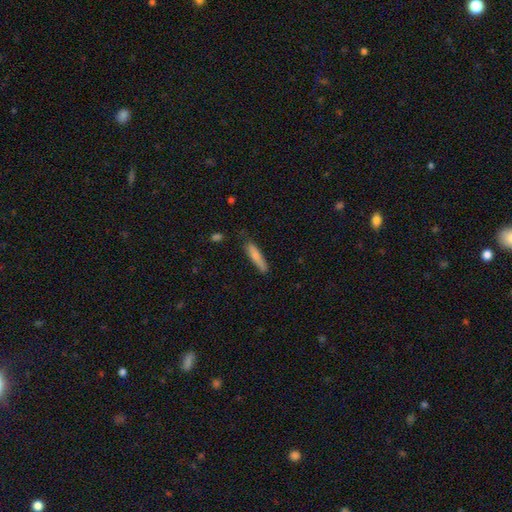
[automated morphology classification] smooth 76%, featured or disk 18%, star or artifact 6%. Down the decision tree: how rounded — cigar-shaped (85%); merging — none (73%).